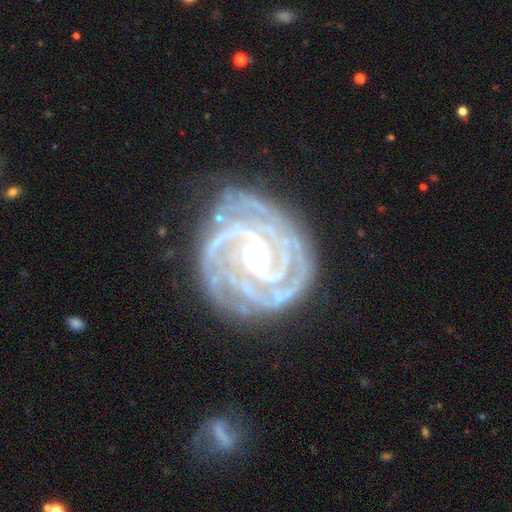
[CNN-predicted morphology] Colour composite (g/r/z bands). It shows a featured or disk galaxy (92%) with no bar (59%), 2 (33%) tight (78%) spiral arms (99%) and a small central bulge (75%). Merging: none (73%).